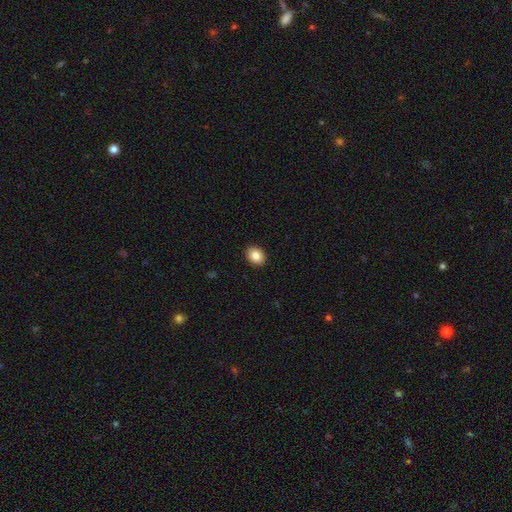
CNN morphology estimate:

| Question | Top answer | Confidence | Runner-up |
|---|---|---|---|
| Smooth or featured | smooth | 86% | star or artifact (9%) |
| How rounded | in between | 57% | round (42%) |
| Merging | none | 91% | minor disturbance (6%) |